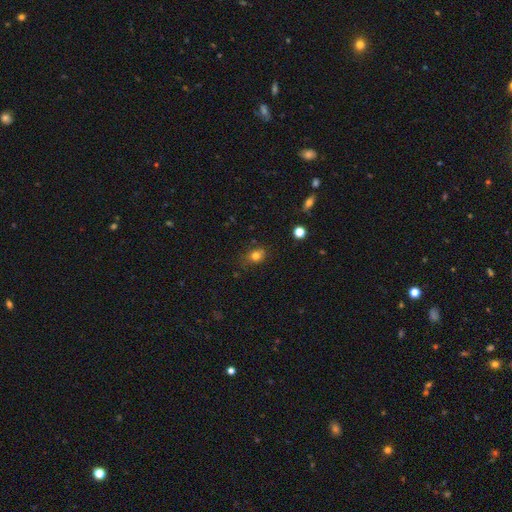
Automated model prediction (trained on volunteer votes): Smooth or featured? Predicted: smooth (p=0.79). How rounded? Predicted: in between (p=0.53). Merging? Predicted: none (p=0.73).